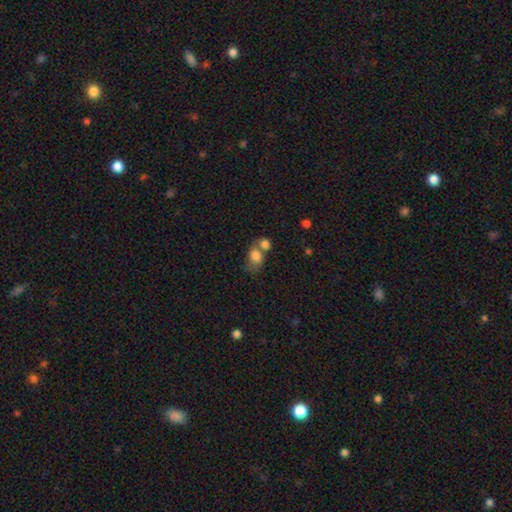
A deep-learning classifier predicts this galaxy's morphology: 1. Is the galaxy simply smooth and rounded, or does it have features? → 78% smooth, 13% featured or disk, 10% star or artifact.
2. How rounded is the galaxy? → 62% in between, 37% round, 1% cigar-shaped.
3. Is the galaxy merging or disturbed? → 55% merger, 25% none, 12% minor disturbance, 8% major disturbance.